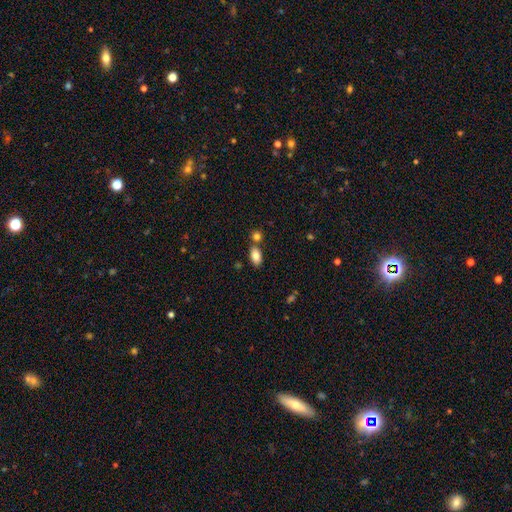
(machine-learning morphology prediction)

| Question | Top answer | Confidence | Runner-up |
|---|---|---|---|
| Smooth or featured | smooth | 84% | featured or disk (8%) |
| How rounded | in between | 90% | round (5%) |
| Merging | none | 68% | merger (19%) |